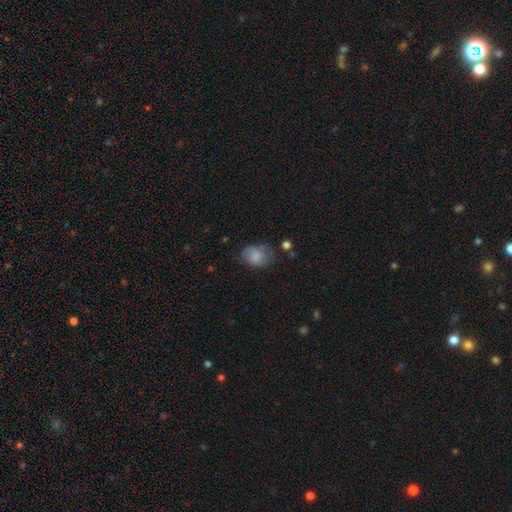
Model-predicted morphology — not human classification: The model was most divided on "merging": none: 56%, minor disturbance: 29%, major disturbance: 12%, merger: 3%. More confident: smooth or featured — smooth (74%); how rounded — in between (67%).